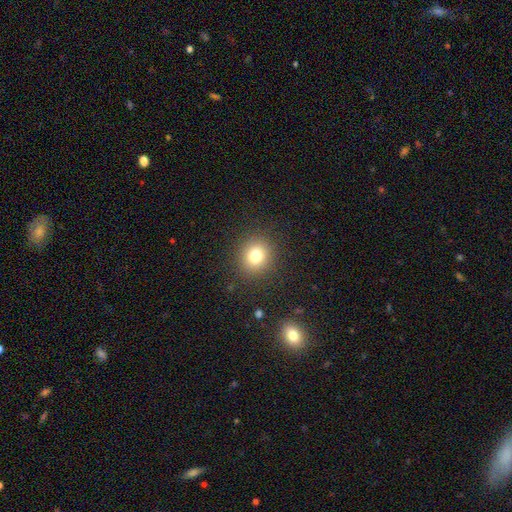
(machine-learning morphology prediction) A smooth galaxy with no disk features (78%) that is round (83%). Merging: none (89%).